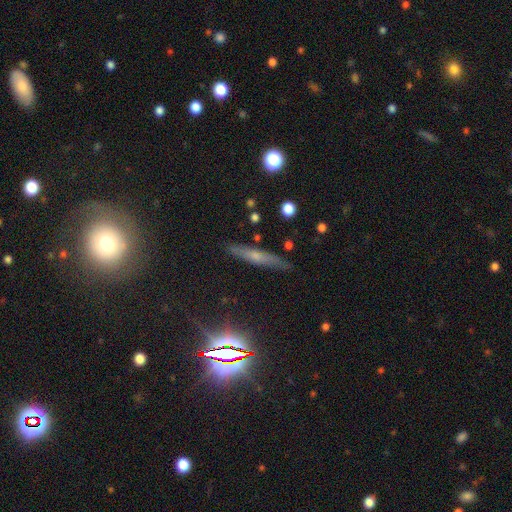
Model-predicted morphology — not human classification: Smooth or featured? Predicted: featured or disk (p=0.44). Merging? Predicted: none (p=0.85).